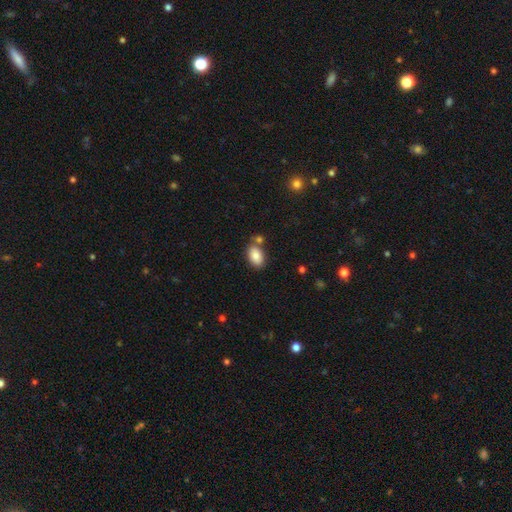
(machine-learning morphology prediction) Smooth or featured?
  - smooth: 84% *
  - featured or disk: 8%
  - star or artifact: 7%
How rounded?
  - in between: 91% *
  - round: 8%
  - cigar-shaped: 1%
Merging?
  - none: 69% *
  - merger: 15%
  - minor disturbance: 12%
  - major disturbance: 3%